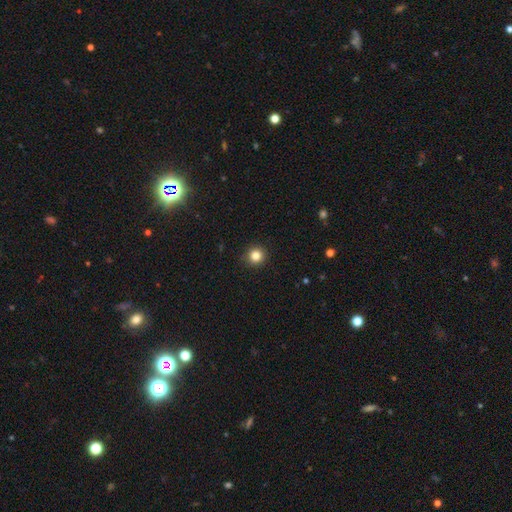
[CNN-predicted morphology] smooth_or_featured: smooth (p=0.83) [alt: star or artifact p=0.12]
how_rounded: round (p=0.94) [alt: in between p=0.05]
merging: none (p=0.92) [alt: minor disturbance p=0.06]